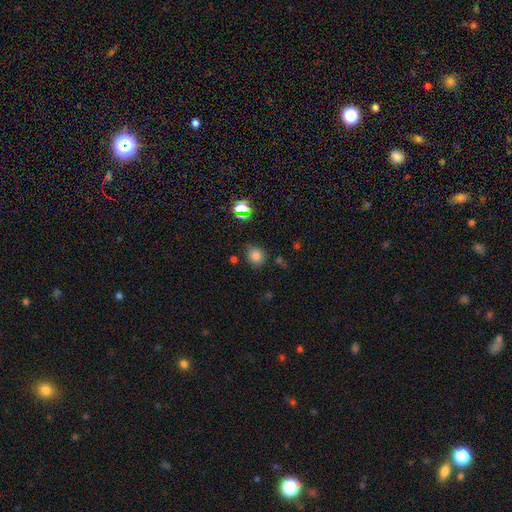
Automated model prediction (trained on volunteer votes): Smooth or featured: smooth — 77% (star or artifact — 18%)
How rounded: round — 77% (in between — 22%)
Merging: none — 75% (minor disturbance — 16%)